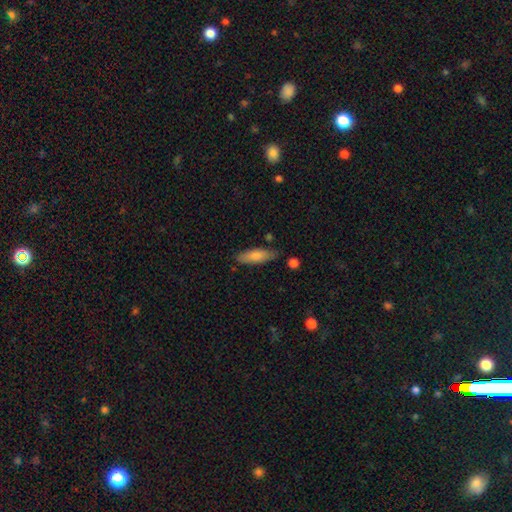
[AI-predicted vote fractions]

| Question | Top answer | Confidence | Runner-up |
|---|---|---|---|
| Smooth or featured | smooth | 78% | featured or disk (16%) |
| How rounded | in between | 56% | cigar-shaped (42%) |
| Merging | none | 76% | minor disturbance (17%) |